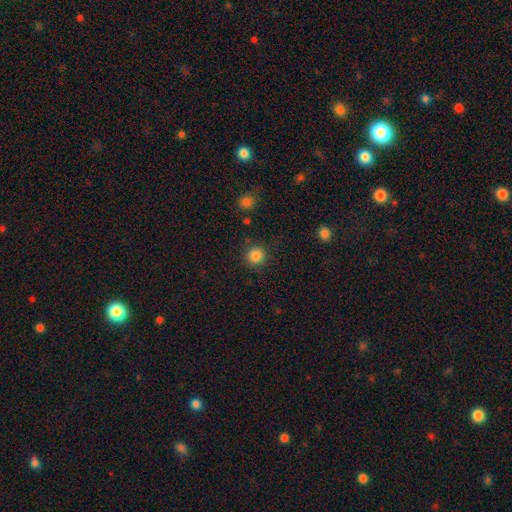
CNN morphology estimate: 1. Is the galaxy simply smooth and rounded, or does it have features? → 85% smooth, 11% star or artifact, 4% featured or disk.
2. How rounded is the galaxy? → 94% round, 5% in between, 1% cigar-shaped.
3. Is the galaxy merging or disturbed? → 88% none, 7% minor disturbance, 3% major disturbance, 2% merger.